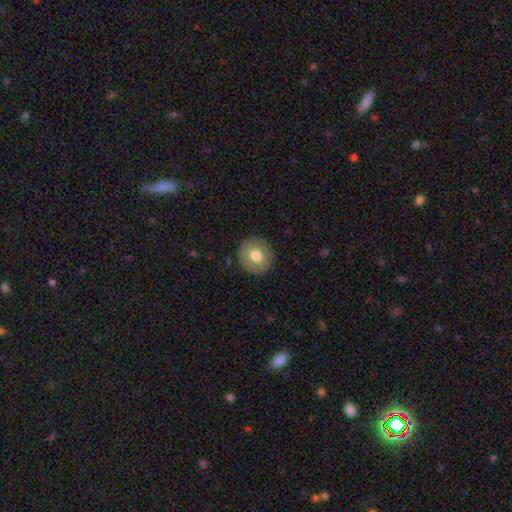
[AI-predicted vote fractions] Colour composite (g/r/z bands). It shows a smooth galaxy with no disk features (71%) that is round (90%). Merging: none (89%).